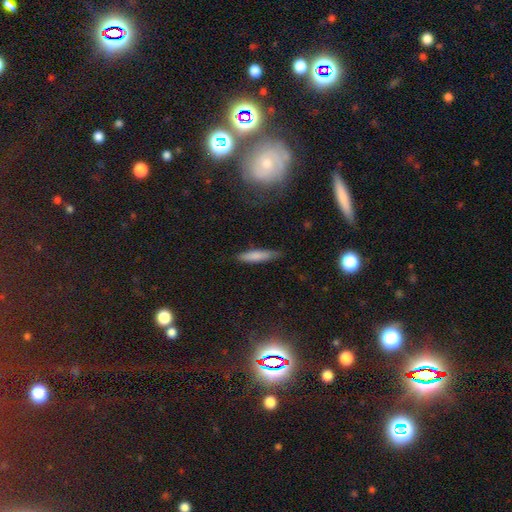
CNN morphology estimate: Smooth or featured?
  - smooth: 77% *
  - featured or disk: 16%
  - star or artifact: 7%
How rounded?
  - cigar-shaped: 79% *
  - in between: 20%
  - round: 2%
Merging?
  - none: 82% *
  - minor disturbance: 14%
  - major disturbance: 3%
  - merger: 2%